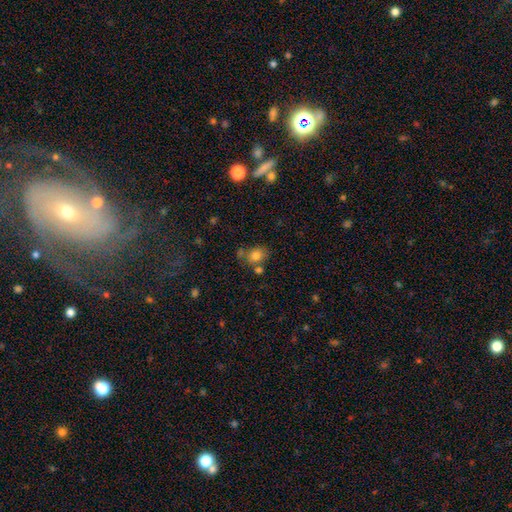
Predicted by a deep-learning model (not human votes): Smooth or featured? smooth (77%)
How rounded? in between (51%)
Merging? none (56%)